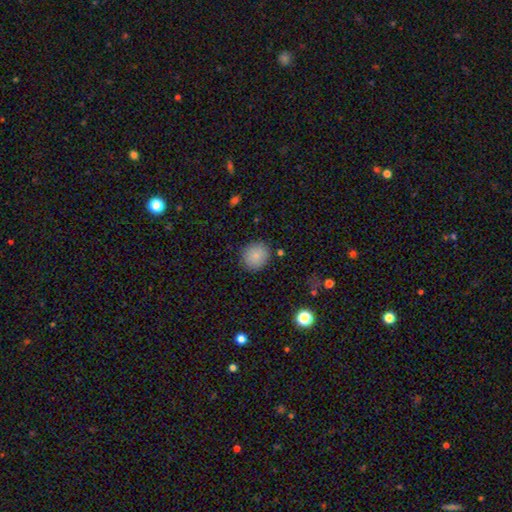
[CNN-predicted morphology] Smooth or featured?
  - smooth: 85% *
  - star or artifact: 9%
  - featured or disk: 7%
How rounded?
  - round: 85% *
  - in between: 15%
  - cigar-shaped: 1%
Merging?
  - none: 88% *
  - minor disturbance: 8%
  - major disturbance: 2%
  - merger: 2%